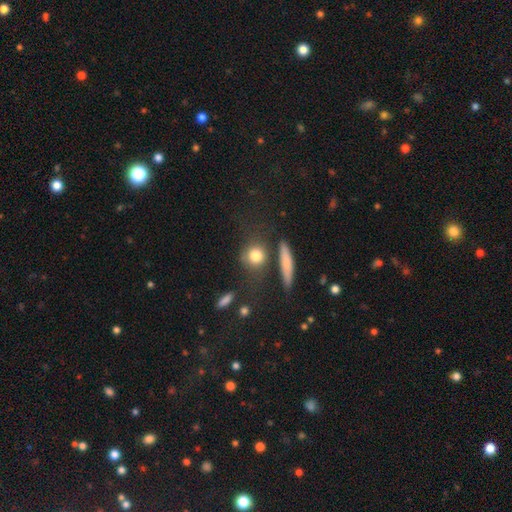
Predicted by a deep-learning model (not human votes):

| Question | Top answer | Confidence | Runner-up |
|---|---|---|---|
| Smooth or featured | smooth | 78% | featured or disk (12%) |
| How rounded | round | 74% | in between (19%) |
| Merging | none | 66% | minor disturbance (14%) |